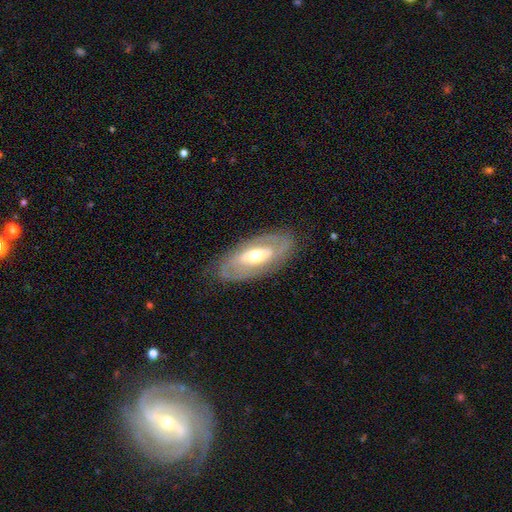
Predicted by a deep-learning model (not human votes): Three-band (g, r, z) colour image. It shows a featured or disk galaxy (70%) with no bar (61%), spiral arms (52%) and a moderate central bulge (70%). Merging: none (80%).